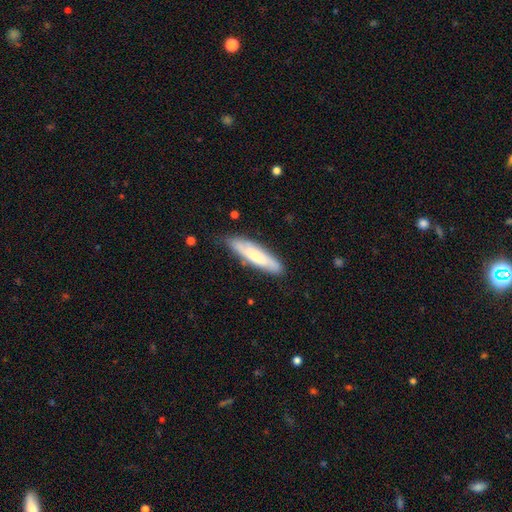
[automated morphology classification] This is likely a smooth galaxy (62%). How rounded: likely cigar-shaped (74%). Merging: likely none (79%).